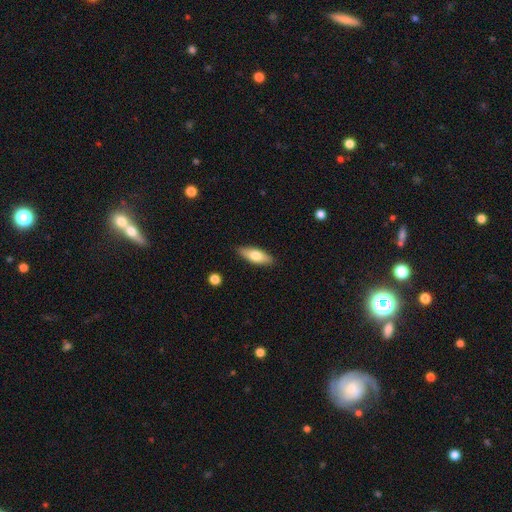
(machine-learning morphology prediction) Overall: smooth (69%). How rounded: in between (68%; cigar-shaped 29%). Merging: none (87%).